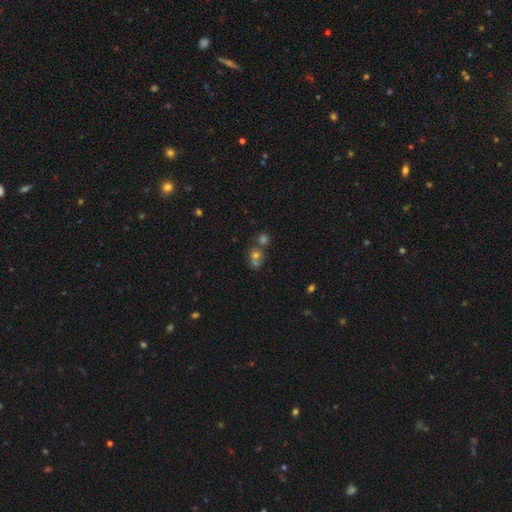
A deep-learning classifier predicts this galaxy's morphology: A smooth galaxy with no disk features (55%) that is round (78%). Merging: merger (44%).